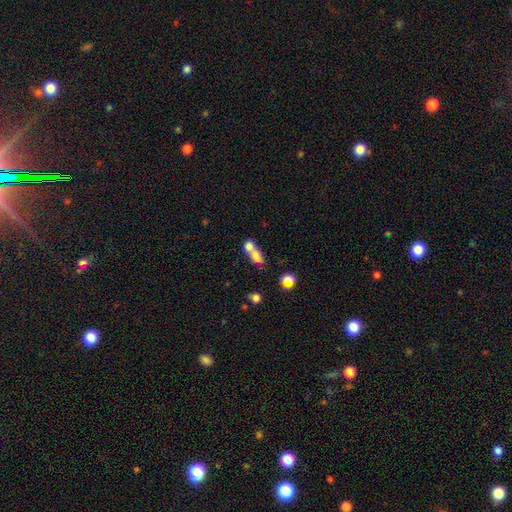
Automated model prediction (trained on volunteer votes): Q: Smooth or featured?
A: smooth (73%); runner-up: featured or disk (16%)
Q: How rounded?
A: in between (57%); runner-up: round (36%)
Q: Merging?
A: merger (69%); runner-up: none (20%)